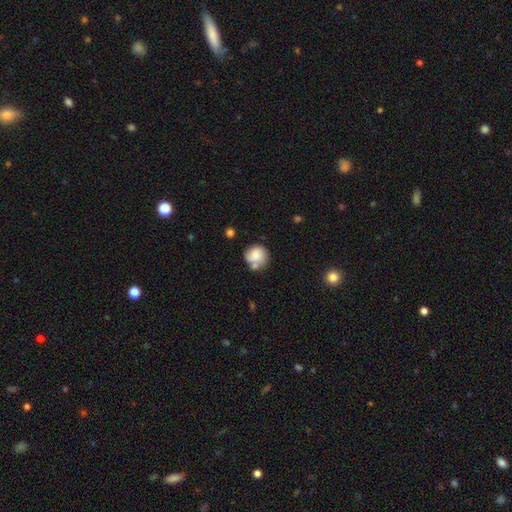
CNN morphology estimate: A smooth galaxy with no disk features (75%) that is round (82%). Merging: none (49%).